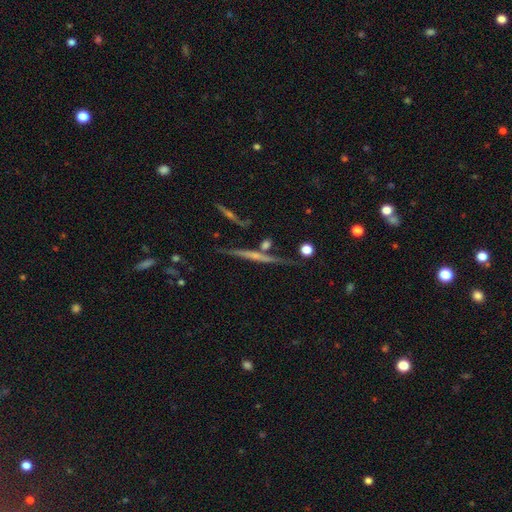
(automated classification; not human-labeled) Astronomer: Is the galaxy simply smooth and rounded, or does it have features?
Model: featured or disk — 69%.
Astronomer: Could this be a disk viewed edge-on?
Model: yes — 95%.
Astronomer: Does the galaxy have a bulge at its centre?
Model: none — 45%, tied with rounded at 45%.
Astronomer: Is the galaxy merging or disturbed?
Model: none — 75%.